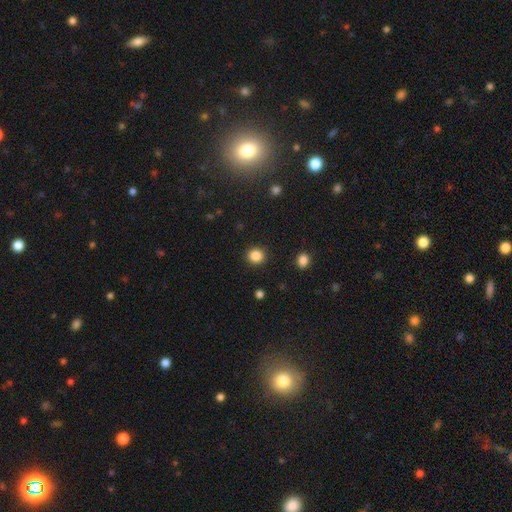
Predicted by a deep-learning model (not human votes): Smooth or featured: smooth — 85% (star or artifact — 11%)
How rounded: round — 89% (in between — 10%)
Merging: none — 91% (minor disturbance — 5%)